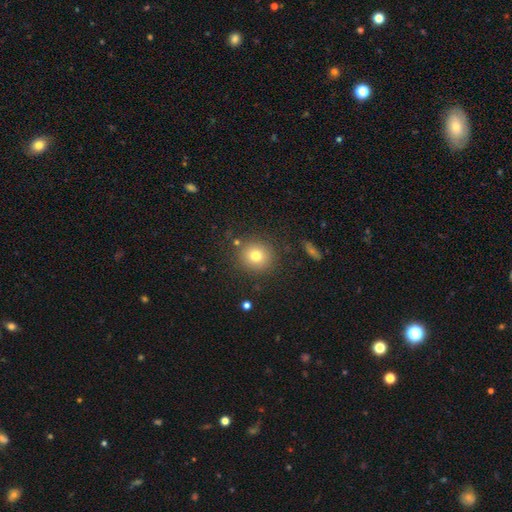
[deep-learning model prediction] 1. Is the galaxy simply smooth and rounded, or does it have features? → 77% smooth, 13% star or artifact, 11% featured or disk.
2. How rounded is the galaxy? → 91% round, 8% in between, 1% cigar-shaped.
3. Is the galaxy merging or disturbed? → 86% none, 8% minor disturbance, 3% major disturbance, 3% merger.